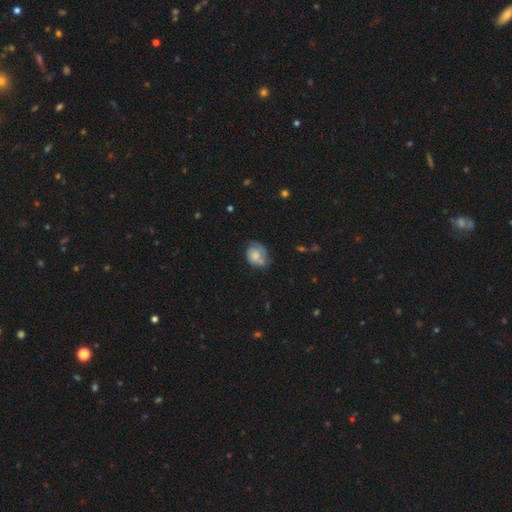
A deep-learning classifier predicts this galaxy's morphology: Smooth or featured? smooth (58%)
How rounded? in between (57%)
Merging? none (42%)